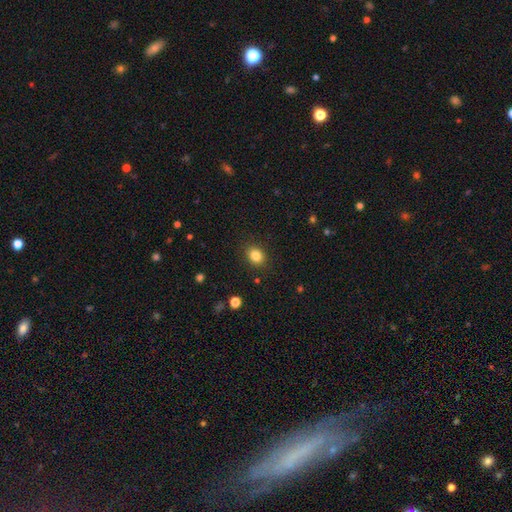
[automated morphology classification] type=smooth (83%); roundness=round (53%); merging=none (88%).